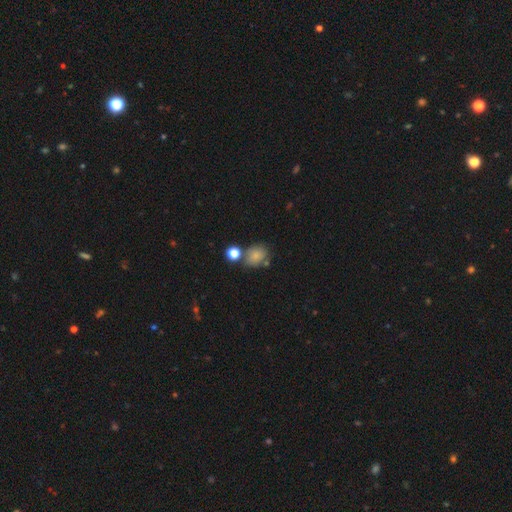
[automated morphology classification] Smooth or featured? Predicted: smooth (p=0.78). How rounded? Predicted: round (p=0.52). Merging? Predicted: none (p=0.60).